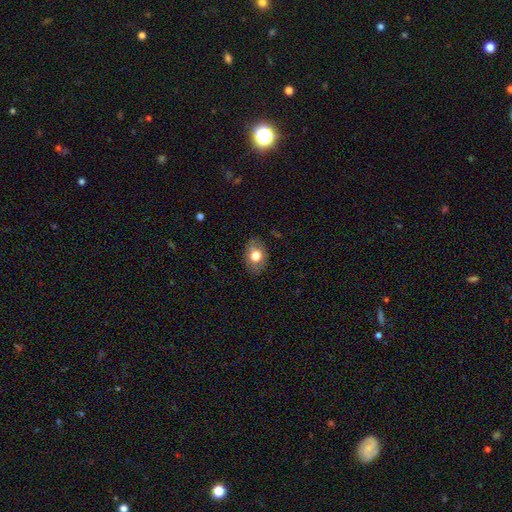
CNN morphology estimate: A smooth galaxy with no disk features (73%) that is in between round and cigar-shaped (72%). Merging: none (83%).